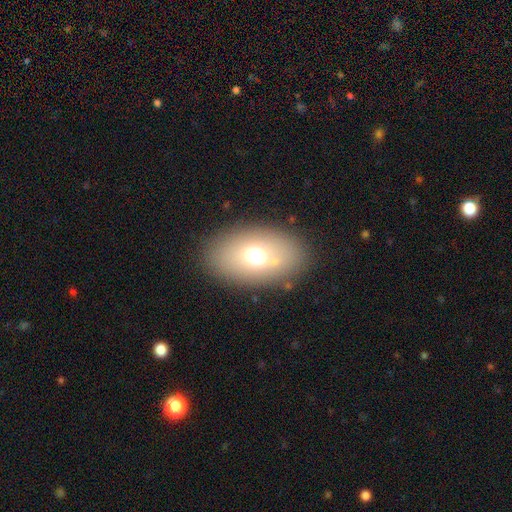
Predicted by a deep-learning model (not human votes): Smooth or featured: smooth — 65% (featured or disk — 22%)
How rounded: in between — 83% (round — 15%)
Merging: none — 83% (minor disturbance — 9%)